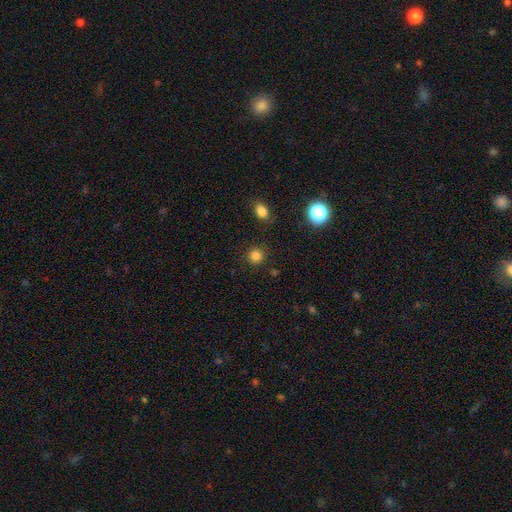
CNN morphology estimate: smooth-or-featured: smooth: 82% | star or artifact: 15% | featured or disk: 4%
  how-rounded: round: 92% | in between: 7% | cigar-shaped: 1%
  merging: none: 89% | minor disturbance: 6% | major disturbance: 2% | merger: 2%